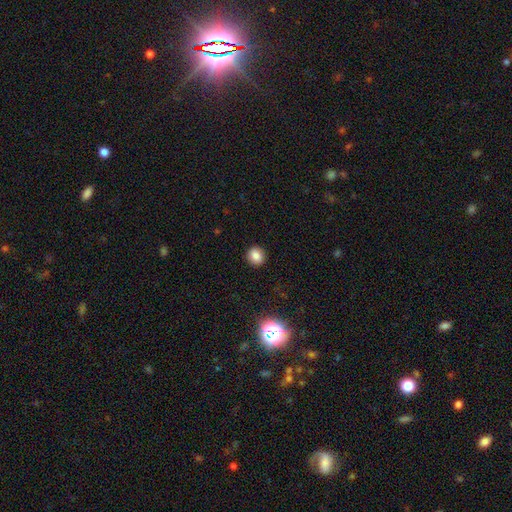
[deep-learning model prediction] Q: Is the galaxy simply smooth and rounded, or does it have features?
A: smooth — 82%.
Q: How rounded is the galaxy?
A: round — 84%.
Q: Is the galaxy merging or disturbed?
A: none — 91%.